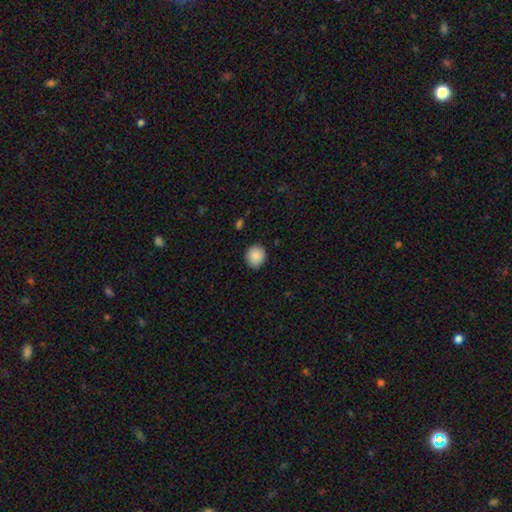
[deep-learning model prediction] Overall: smooth (89%). How rounded: round (86%). Merging: none (89%).